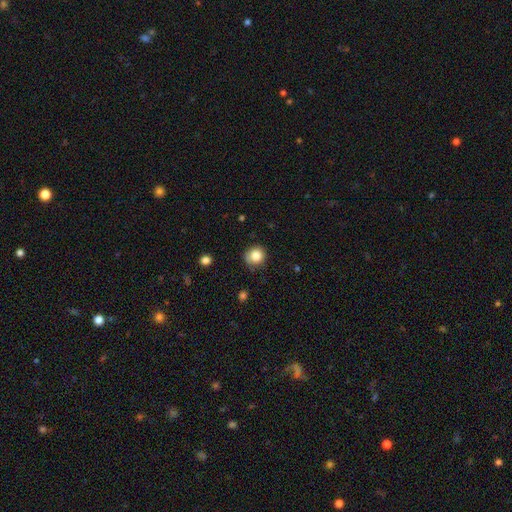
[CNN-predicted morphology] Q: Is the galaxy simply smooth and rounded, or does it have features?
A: smooth — 84%.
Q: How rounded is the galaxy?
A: round — 88%.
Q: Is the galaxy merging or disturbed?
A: none — 74%.